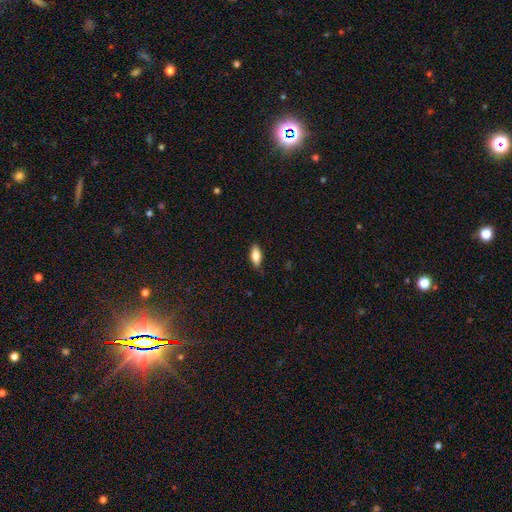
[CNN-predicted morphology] Smooth or featured? Predicted: smooth (p=0.80). How rounded? Predicted: in between (p=0.81). Merging? Predicted: none (p=0.79).